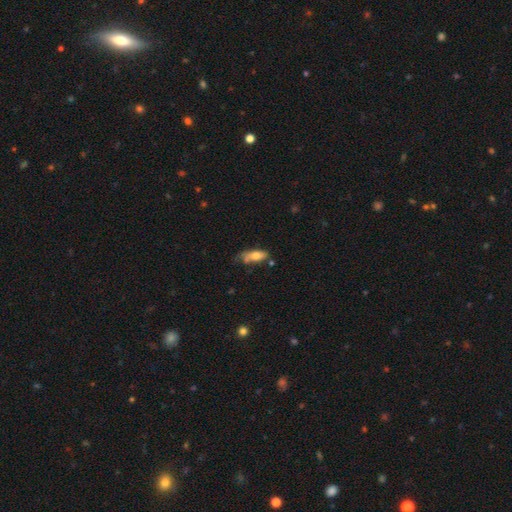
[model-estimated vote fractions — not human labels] smooth_or_featured: smooth (p=0.67) [alt: featured or disk p=0.26]
how_rounded: in between (p=0.69) [alt: cigar-shaped p=0.28]
merging: none (p=0.41) [alt: minor disturbance p=0.34]